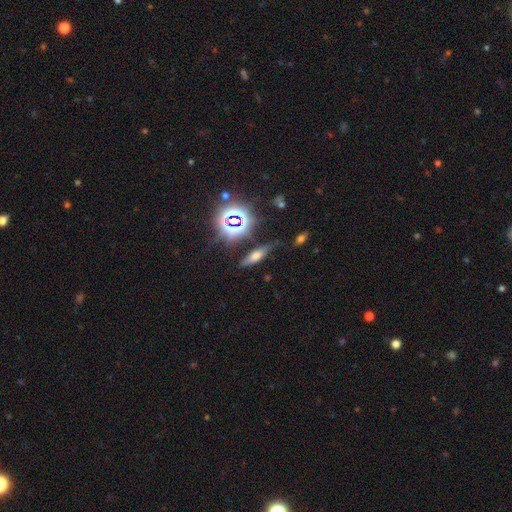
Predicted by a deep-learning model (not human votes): Smooth or featured?
  - smooth: 48% *
  - star or artifact: 27%
  - featured or disk: 25%
Merging?
  - none: 74% *
  - minor disturbance: 16%
  - major disturbance: 6%
  - merger: 4%